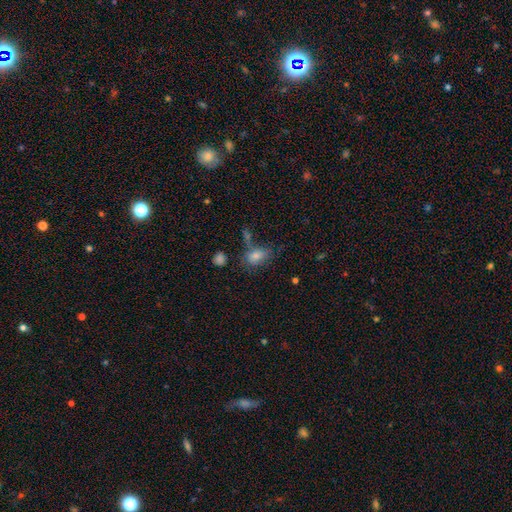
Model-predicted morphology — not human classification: Overall: smooth (74%). How rounded: in between (83%). Merging: none (57%; minor disturbance 21%).